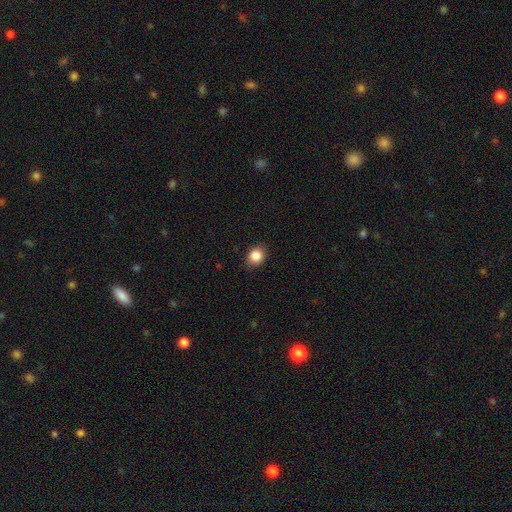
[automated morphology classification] A smooth galaxy with no disk features (86%) that is round (66%).

Vote fractions:
- Smooth or featured? smooth: 86% / star or artifact: 10% / featured or disk: 5%
- How rounded? round: 66% / in between: 33% / cigar-shaped: 1%
- Merging? none: 86% / minor disturbance: 11% / major disturbance: 2% / merger: 1%